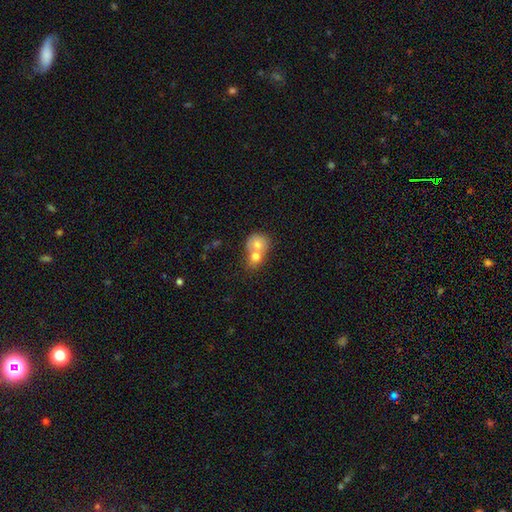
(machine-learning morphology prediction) smooth-or-featured: smooth: 67% | featured or disk: 22% | star or artifact: 11%
  how-rounded: round: 69% | in between: 30% | cigar-shaped: 1%
  merging: merger: 69% | none: 23% | minor disturbance: 6% | major disturbance: 3%